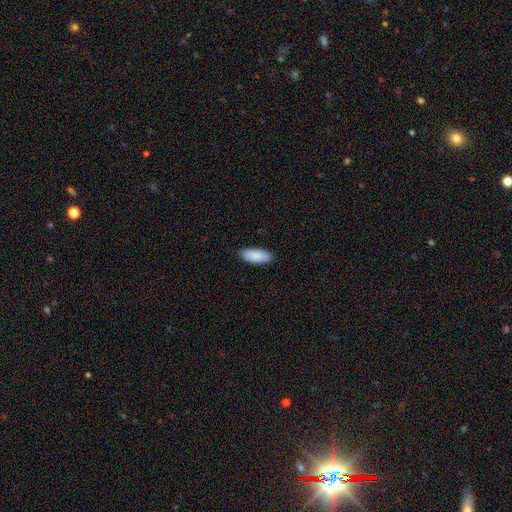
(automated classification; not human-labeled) Smooth or featured? Predicted: smooth (p=0.89). How rounded? Predicted: in between (p=0.81). Merging? Predicted: none (p=0.89).